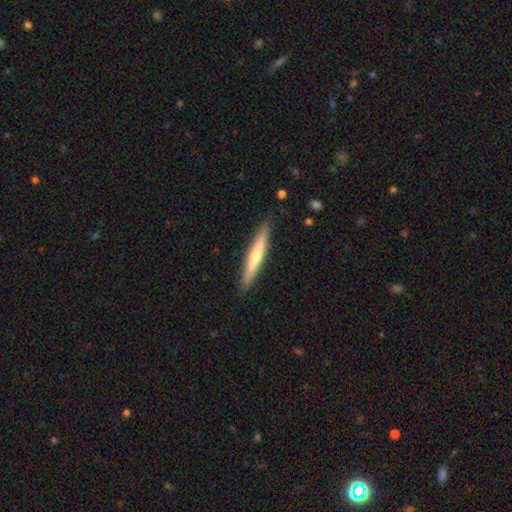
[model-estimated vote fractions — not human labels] Smooth or featured? Predicted: smooth (p=0.50). Merging? Predicted: none (p=0.90).